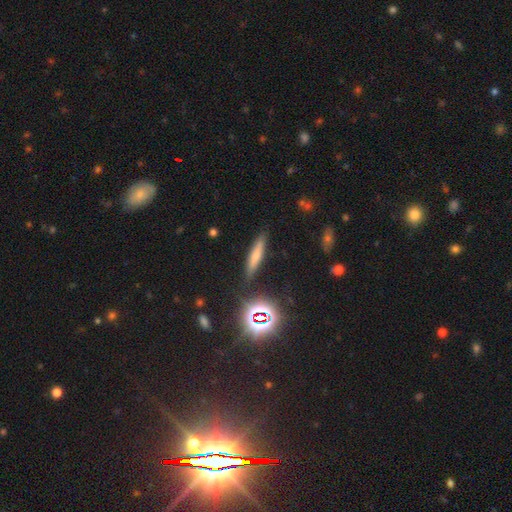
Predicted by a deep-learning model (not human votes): smooth-or-featured: smooth: 61% | featured or disk: 24% | star or artifact: 15%
  how-rounded: cigar-shaped: 85% | in between: 12% | round: 3%
  merging: none: 85% | minor disturbance: 10% | merger: 3% | major disturbance: 3%